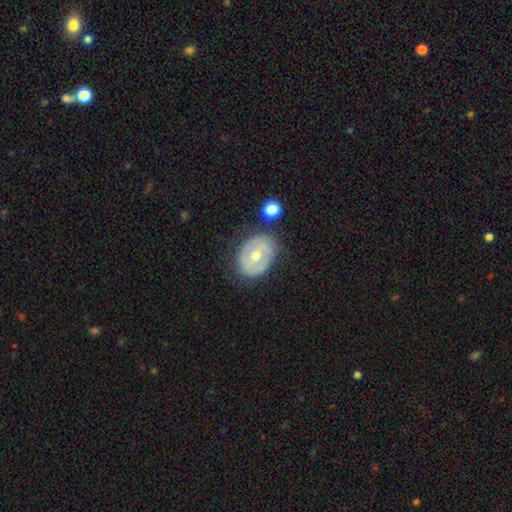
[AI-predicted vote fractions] smooth-or-featured: featured or disk: 52% | smooth: 40% | star or artifact: 8%
  disk-edge-on: no: 94% | yes: 6%
  merging: none: 71% | minor disturbance: 18% | major disturbance: 6% | merger: 4%